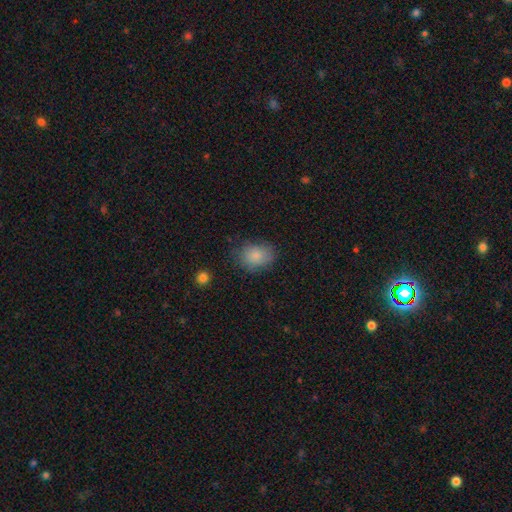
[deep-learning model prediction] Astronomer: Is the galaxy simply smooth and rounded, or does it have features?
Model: smooth — 82%.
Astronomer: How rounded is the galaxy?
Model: in between — 59% (runner-up: round, 40%).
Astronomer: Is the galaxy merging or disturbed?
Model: none — 73%.